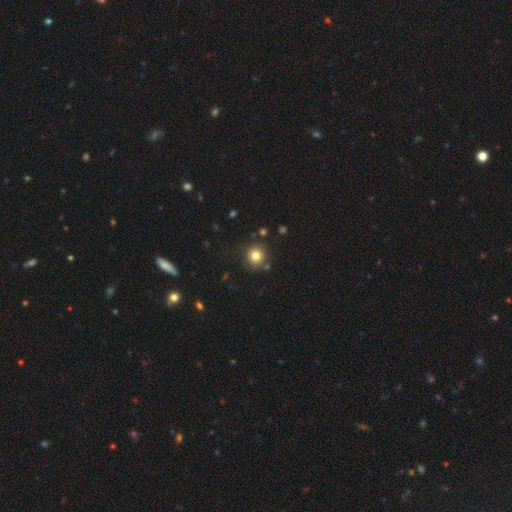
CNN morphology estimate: A smooth galaxy with no disk features (82%) that is round (92%).

Vote fractions:
- Smooth or featured? smooth: 82% / star or artifact: 12% / featured or disk: 7%
- How rounded? round: 92% / in between: 7% / cigar-shaped: 1%
- Merging? none: 85% / minor disturbance: 9% / merger: 4% / major disturbance: 3%